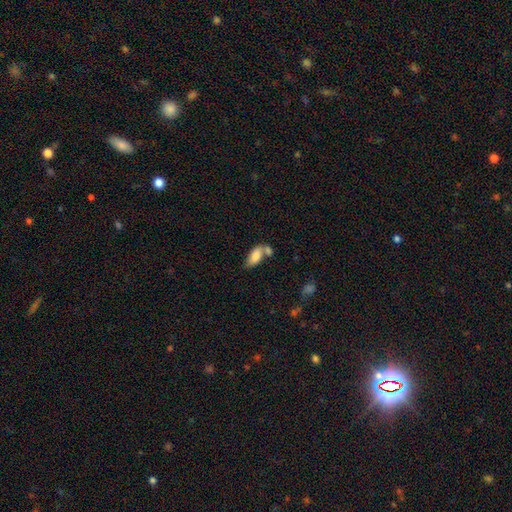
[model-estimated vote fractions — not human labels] This is likely a smooth galaxy (78%). How rounded: clearly in between (89%). Merging: marginally merger (42%).